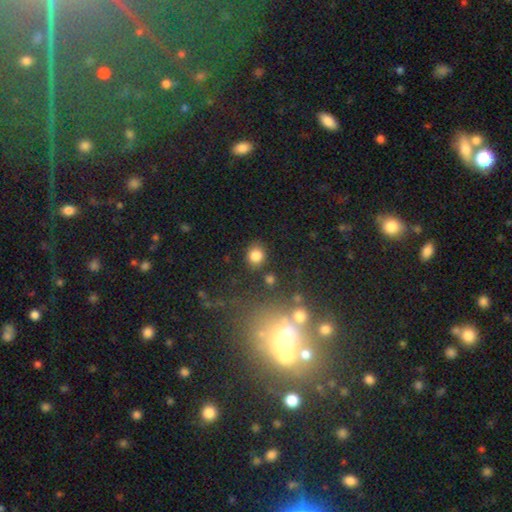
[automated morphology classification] Smooth or featured: smooth — 82% (star or artifact — 12%)
How rounded: round — 75% (in between — 24%)
Merging: none — 81% (minor disturbance — 10%)